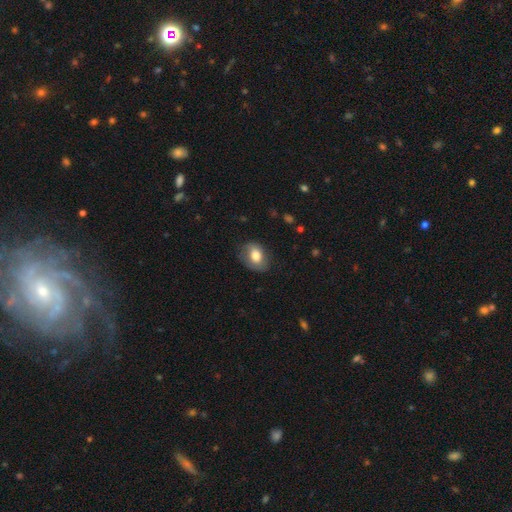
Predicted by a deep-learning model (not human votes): Smooth or featured? Predicted: smooth (p=0.74). How rounded? Predicted: in between (p=0.71). Merging? Predicted: none (p=0.74).